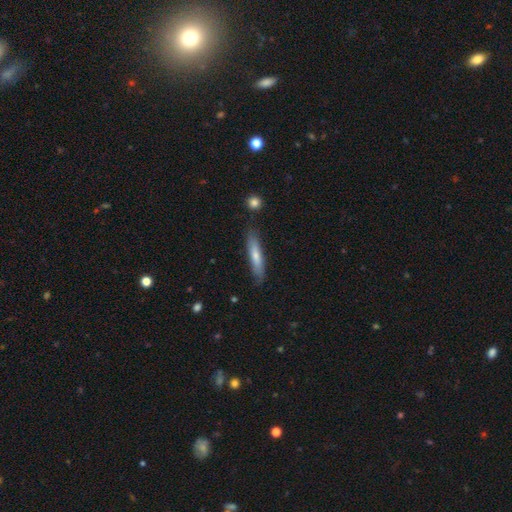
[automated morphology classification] smooth-or-featured: smooth: 67% | featured or disk: 27% | star or artifact: 6%
  how-rounded: cigar-shaped: 86% | in between: 13% | round: 1%
  merging: none: 78% | minor disturbance: 16% | major disturbance: 3% | merger: 2%